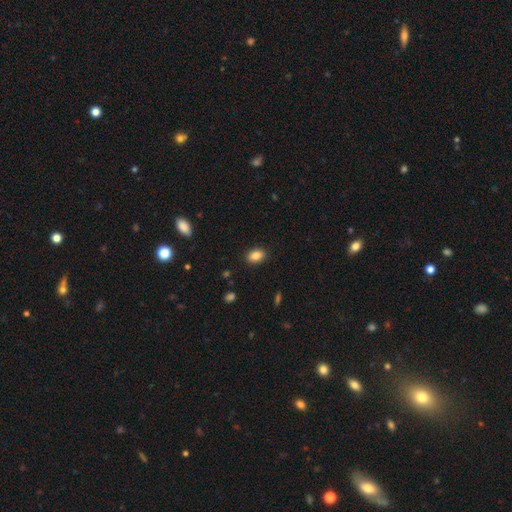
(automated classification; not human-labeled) smooth_or_featured: smooth (p=0.86) [alt: star or artifact p=0.09]
how_rounded: in between (p=0.84) [alt: round p=0.15]
merging: none (p=0.88) [alt: minor disturbance p=0.08]